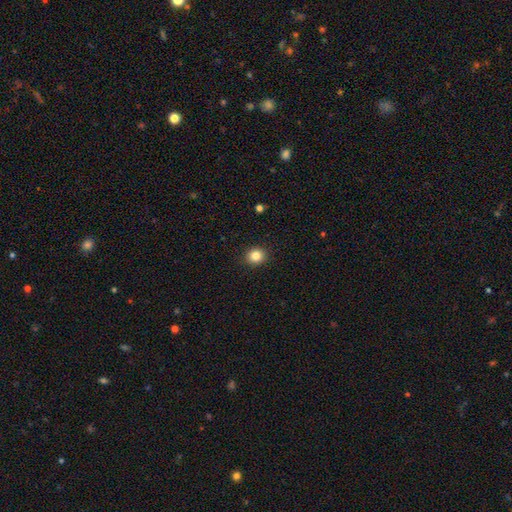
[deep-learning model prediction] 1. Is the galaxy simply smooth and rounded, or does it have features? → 83% smooth, 11% star or artifact, 6% featured or disk.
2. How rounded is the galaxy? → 84% round, 15% in between, 1% cigar-shaped.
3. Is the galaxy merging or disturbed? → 92% none, 5% minor disturbance, 2% major disturbance, 1% merger.